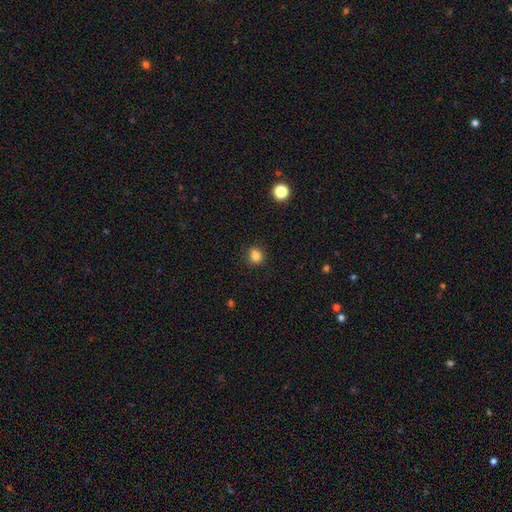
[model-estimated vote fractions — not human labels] smooth-or-featured: smooth: 83% | star or artifact: 13% | featured or disk: 4%
  how-rounded: round: 79% | in between: 20% | cigar-shaped: 1%
  merging: none: 84% | minor disturbance: 11% | major disturbance: 3% | merger: 2%